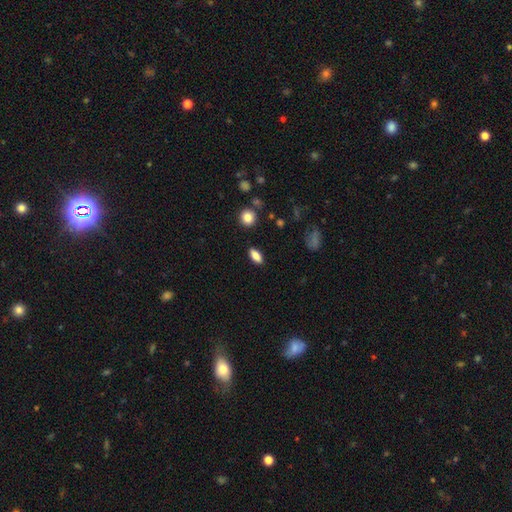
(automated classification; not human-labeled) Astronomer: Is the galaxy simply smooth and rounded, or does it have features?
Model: smooth — 83%.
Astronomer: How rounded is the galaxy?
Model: in between — 81%.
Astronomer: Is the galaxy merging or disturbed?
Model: none — 88%.